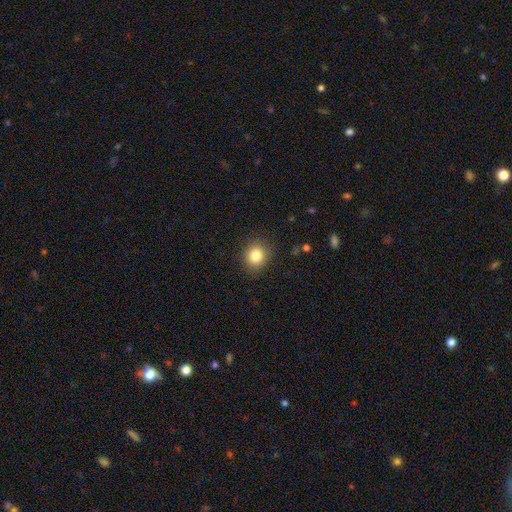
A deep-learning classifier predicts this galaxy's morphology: smooth-or-featured: smooth: 82% | star or artifact: 11% | featured or disk: 7%
  how-rounded: round: 80% | in between: 19% | cigar-shaped: 1%
  merging: none: 88% | minor disturbance: 8% | major disturbance: 3% | merger: 1%